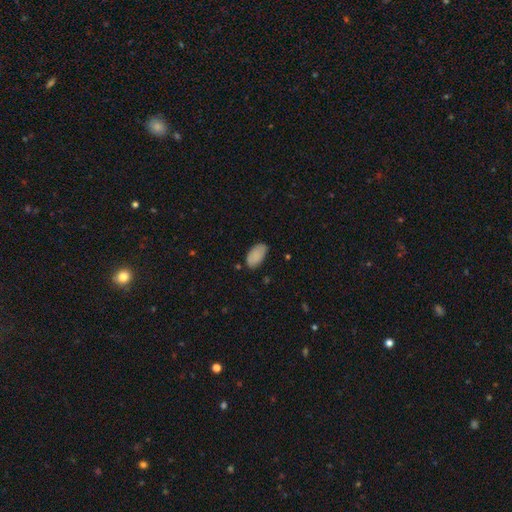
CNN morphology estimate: Smooth or featured? smooth (86%)
How rounded? in between (95%)
Merging? none (77%)